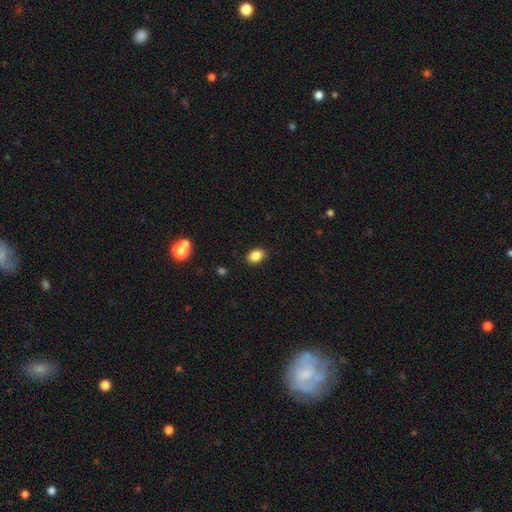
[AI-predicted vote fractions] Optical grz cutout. It shows a smooth galaxy with no disk features (86%) that is in between round and cigar-shaped (76%). Merging: none (88%).